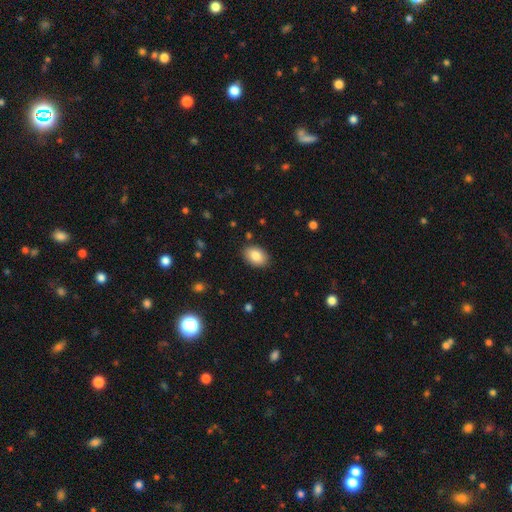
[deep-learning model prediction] Smooth or featured? Predicted: smooth (p=0.85). How rounded? Predicted: in between (p=0.85). Merging? Predicted: none (p=0.88).